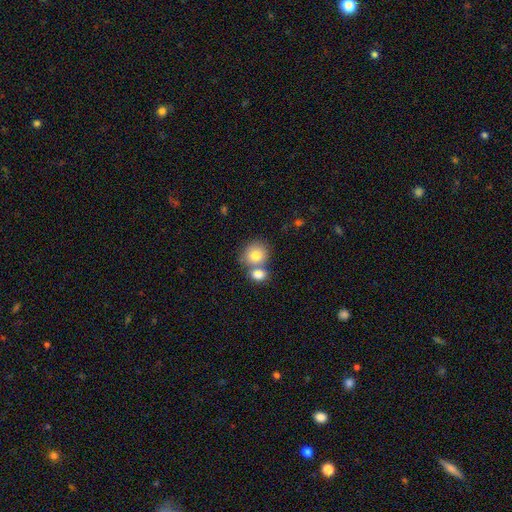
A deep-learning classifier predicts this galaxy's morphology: Smooth or featured: smooth — 79% (featured or disk — 12%)
How rounded: round — 74% (in between — 25%)
Merging: merger — 48% (none — 41%)